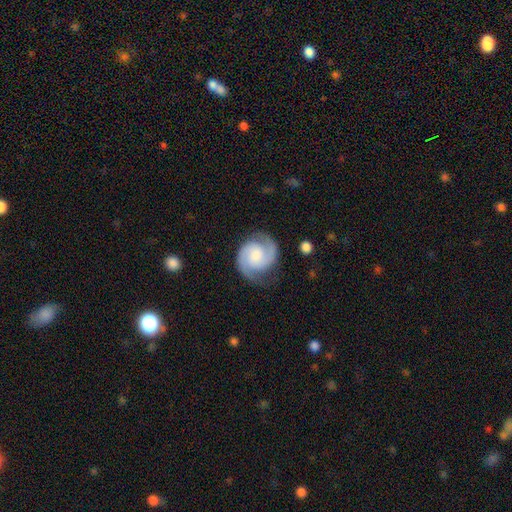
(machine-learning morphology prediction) Smooth or featured? Predicted: featured or disk (p=0.86). Edge-on disk? Predicted: no (p=0.98). Bar? Predicted: no (p=0.59). Spiral arms? Predicted: yes (p=0.98). Spiral winding? Predicted: medium (p=0.50). Spiral arm count? Predicted: 2 (p=0.92). Bulge size? Predicted: moderate (p=0.40). Merging? Predicted: none (p=0.76).